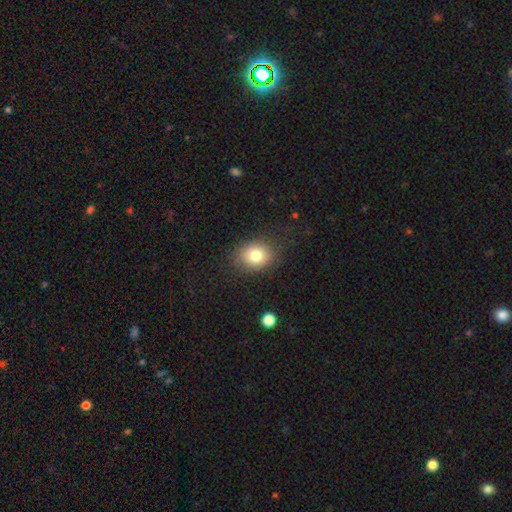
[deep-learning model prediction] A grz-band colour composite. It shows a smooth galaxy with no disk features (79%) that is round (52%). Merging: none (79%).